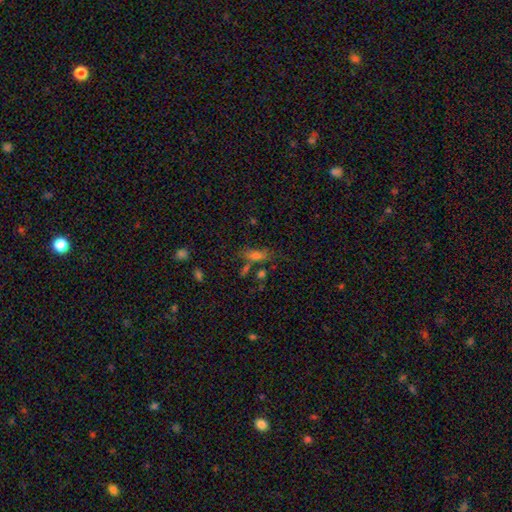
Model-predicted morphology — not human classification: Q: Smooth or featured?
A: smooth (61%); runner-up: featured or disk (20%)
Q: How rounded?
A: in between (59%); runner-up: cigar-shaped (33%)
Q: Merging?
A: none (54%); runner-up: merger (19%)